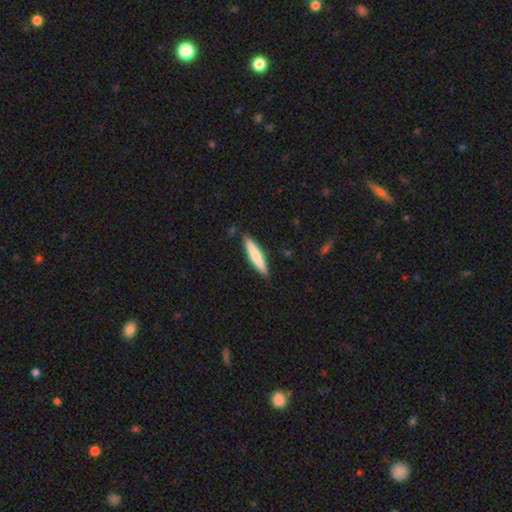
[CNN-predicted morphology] smooth-or-featured: smooth: 69% | featured or disk: 25% | star or artifact: 5%
  how-rounded: cigar-shaped: 89% | in between: 9% | round: 1%
  merging: none: 86% | minor disturbance: 10% | major disturbance: 2% | merger: 2%